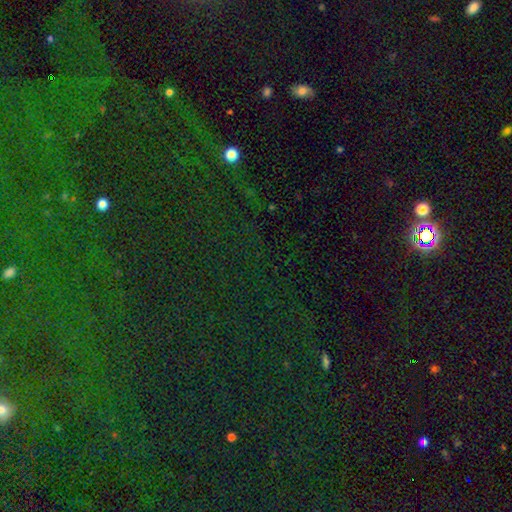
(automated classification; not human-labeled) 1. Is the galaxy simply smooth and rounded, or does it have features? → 81% star or artifact, 11% smooth, 8% featured or disk.